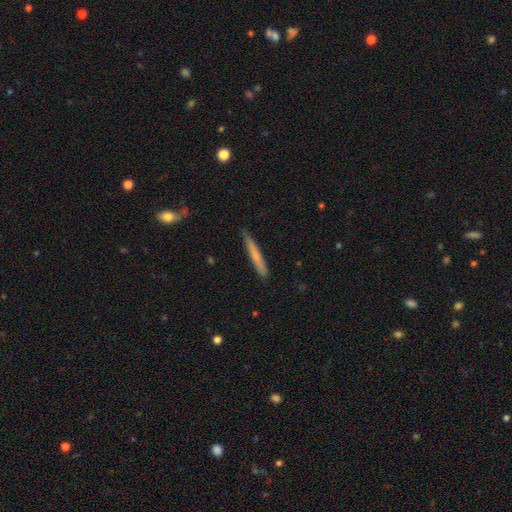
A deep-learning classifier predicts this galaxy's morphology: smooth-or-featured: smooth: 61% | featured or disk: 33% | star or artifact: 6%
  how-rounded: cigar-shaped: 96% | in between: 3% | round: 1%
  merging: none: 85% | minor disturbance: 12% | major disturbance: 2% | merger: 1%